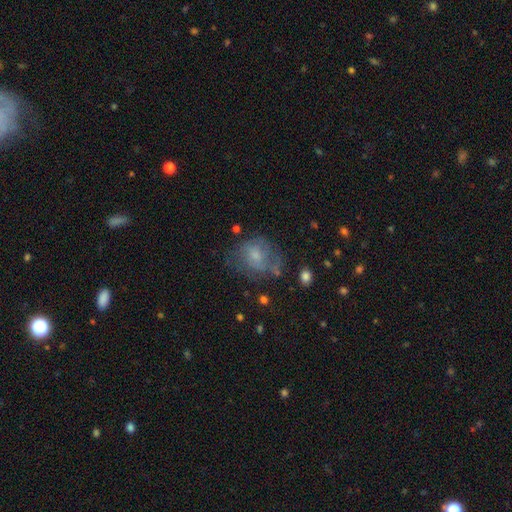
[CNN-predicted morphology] smooth-or-featured: smooth: 54% | featured or disk: 36% | star or artifact: 10%
  how-rounded: round: 59% | in between: 40% | cigar-shaped: 1%
  merging: none: 46% | minor disturbance: 26% | major disturbance: 24% | merger: 4%